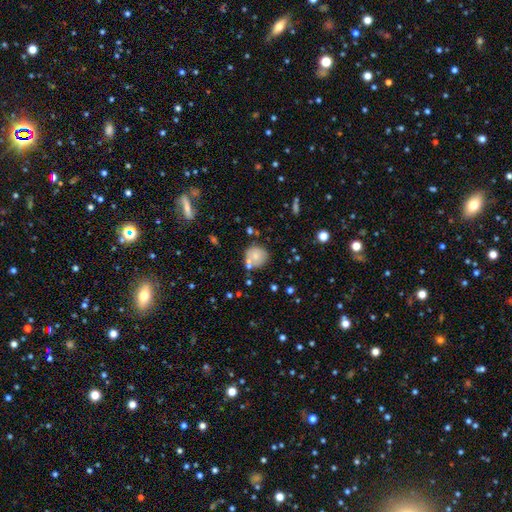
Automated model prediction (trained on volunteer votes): Morphology: type=smooth (65%); roundness=round (83%); merging=none (59%).